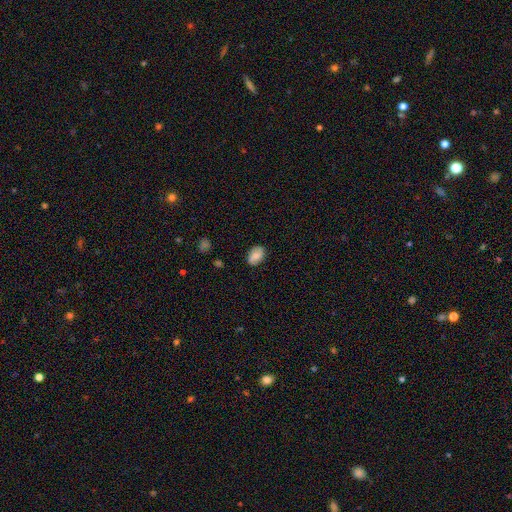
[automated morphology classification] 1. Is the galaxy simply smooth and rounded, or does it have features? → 68% smooth, 24% featured or disk, 8% star or artifact.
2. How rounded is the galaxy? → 85% in between, 14% round, 1% cigar-shaped.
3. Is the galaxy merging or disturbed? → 83% none, 13% minor disturbance, 3% major disturbance, 1% merger.